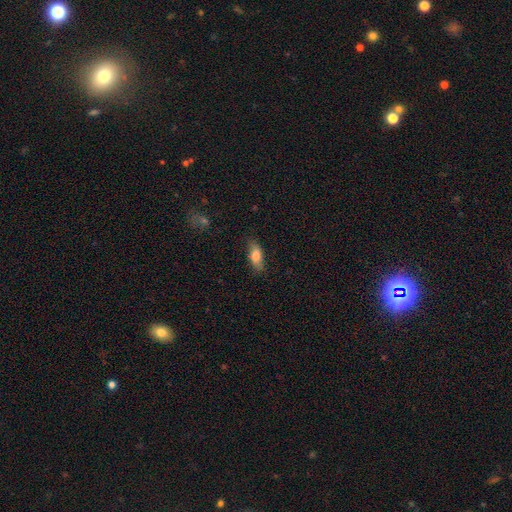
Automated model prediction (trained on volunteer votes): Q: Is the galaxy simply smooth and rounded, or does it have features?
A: smooth — 78%.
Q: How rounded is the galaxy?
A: in between — 78%.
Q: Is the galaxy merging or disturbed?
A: none — 79%.